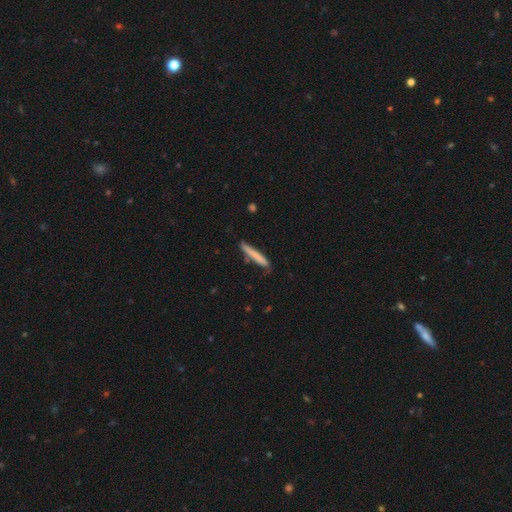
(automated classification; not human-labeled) Smooth or featured? Predicted: smooth (p=0.72). How rounded? Predicted: cigar-shaped (p=0.95). Merging? Predicted: none (p=0.71).